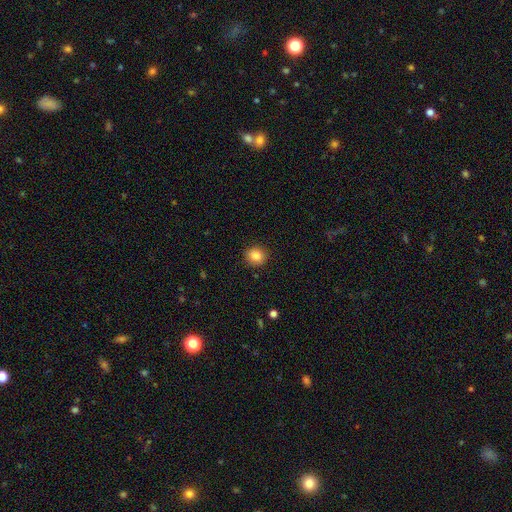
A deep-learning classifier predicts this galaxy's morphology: A smooth galaxy with no disk features (86%) that is round (81%).

Vote fractions:
- Smooth or featured? smooth: 86% / star or artifact: 10% / featured or disk: 4%
- How rounded? round: 81% / in between: 18% / cigar-shaped: 1%
- Merging? none: 90% / minor disturbance: 7% / major disturbance: 2% / merger: 1%